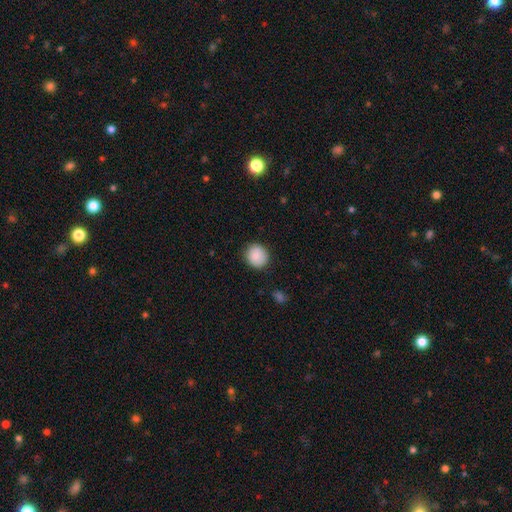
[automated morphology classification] smooth 85%, star or artifact 8%, featured or disk 7%. Down the decision tree: how rounded — round (85%); merging — none (87%).